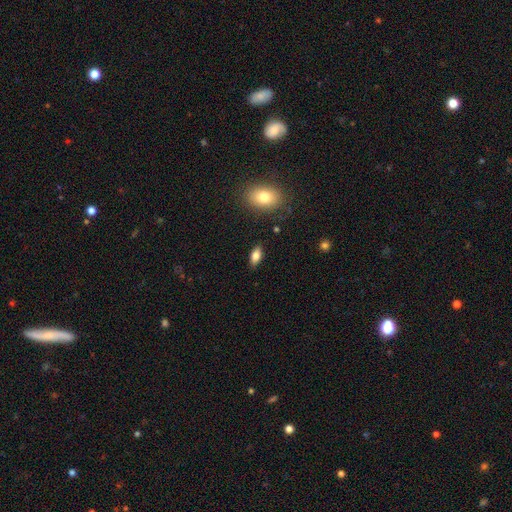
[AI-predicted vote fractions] This is likely a smooth galaxy (78%). How rounded: clearly in between (86%). Merging: clearly none (86%).